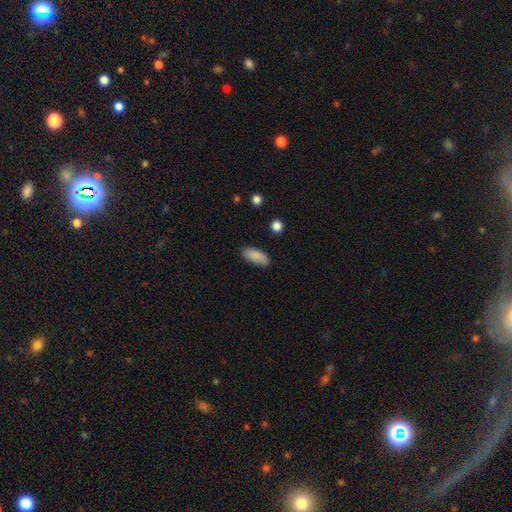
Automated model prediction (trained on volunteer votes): Smooth or featured? smooth (87%)
How rounded? in between (87%)
Merging? none (82%)